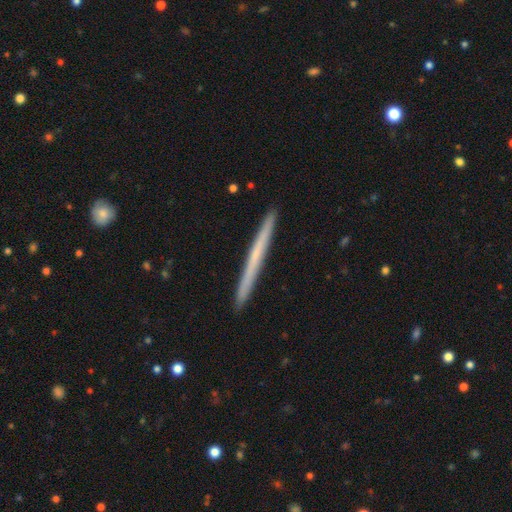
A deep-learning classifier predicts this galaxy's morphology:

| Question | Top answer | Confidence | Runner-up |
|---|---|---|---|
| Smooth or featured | featured or disk | 50% | smooth (45%) |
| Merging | none | 93% | minor disturbance (5%) |